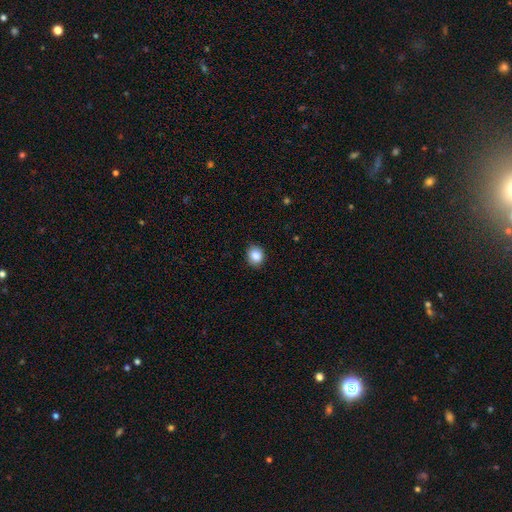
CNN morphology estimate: The model was most divided on "how rounded": round: 69%, in between: 30%, cigar-shaped: 1%. More confident: merging — none (88%); smooth or featured — smooth (86%).